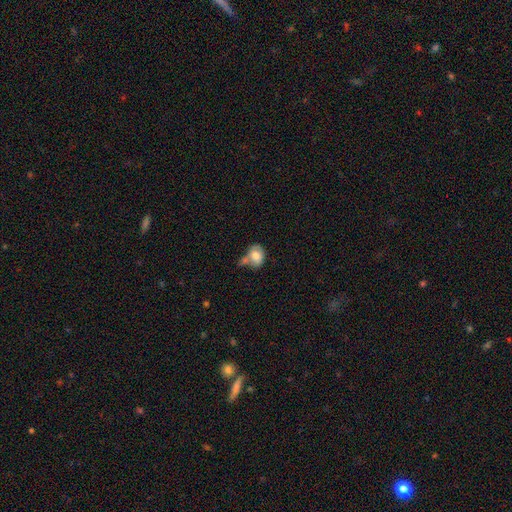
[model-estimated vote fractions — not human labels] Smooth or featured? smooth (74%)
How rounded? in between (60%)
Merging? merger (36%)